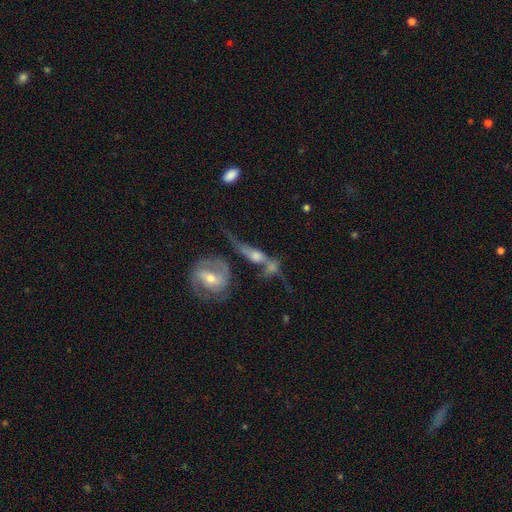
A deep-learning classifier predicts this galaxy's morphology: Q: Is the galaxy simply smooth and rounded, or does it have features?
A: featured or disk — 69%.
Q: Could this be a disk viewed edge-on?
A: no — 75%.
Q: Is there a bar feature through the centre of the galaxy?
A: no — 48%.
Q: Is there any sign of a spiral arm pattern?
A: yes — 75%.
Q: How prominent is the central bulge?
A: moderate — 52%.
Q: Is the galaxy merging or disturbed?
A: merger — 41%.